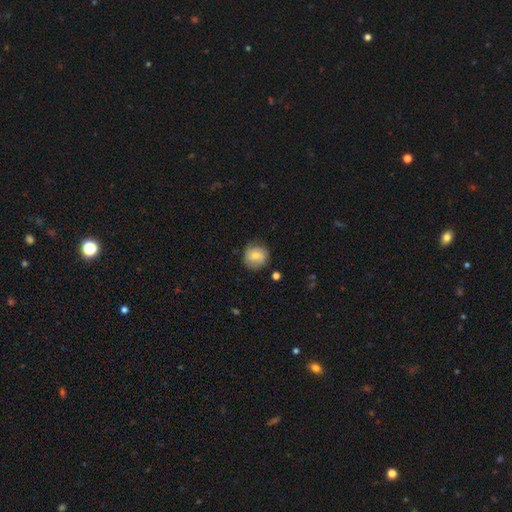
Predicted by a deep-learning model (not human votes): This is likely a smooth galaxy (65%). How rounded: clearly round (88%). Merging: likely none (75%).